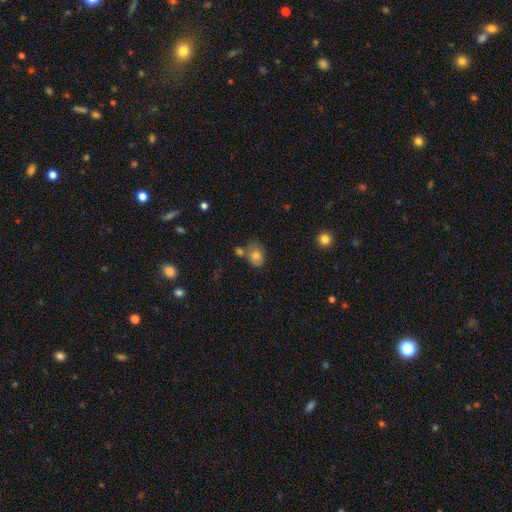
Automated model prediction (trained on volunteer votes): Morphology: type=smooth (76%); roundness=round (54%); merging=none (49%).